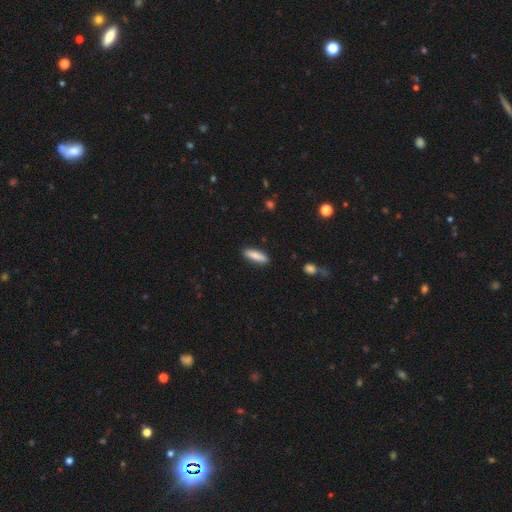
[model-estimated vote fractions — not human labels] Overall: smooth (85%). How rounded: cigar-shaped (58%; in between 40%). Merging: none (88%).